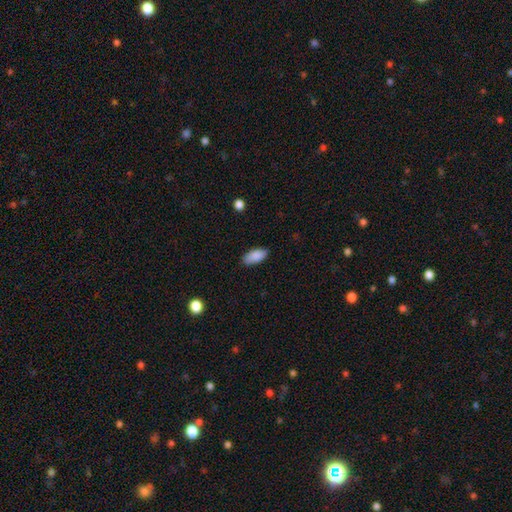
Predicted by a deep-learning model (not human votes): Smooth or featured? Predicted: smooth (p=0.89). How rounded? Predicted: in between (p=0.90). Merging? Predicted: none (p=0.84).